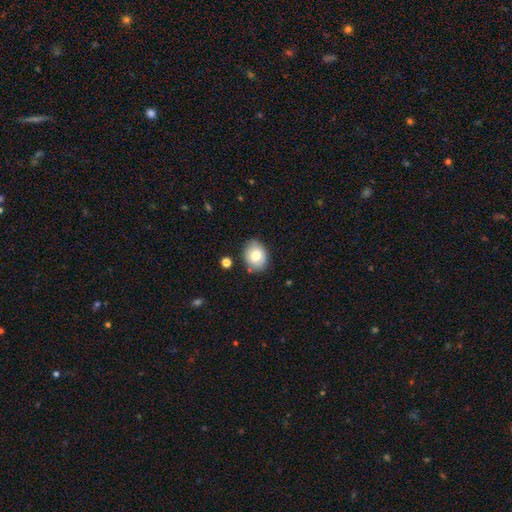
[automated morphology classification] Smooth or featured? Predicted: smooth (p=0.75). How rounded? Predicted: in between (p=0.58). Merging? Predicted: none (p=0.80).